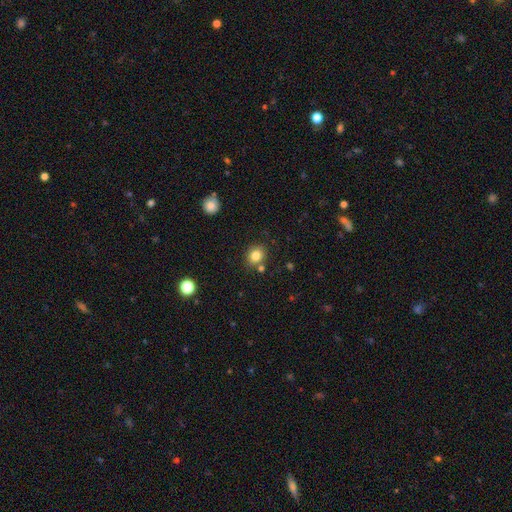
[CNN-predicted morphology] Smooth or featured? smooth (82%)
How rounded? round (70%)
Merging? none (79%)